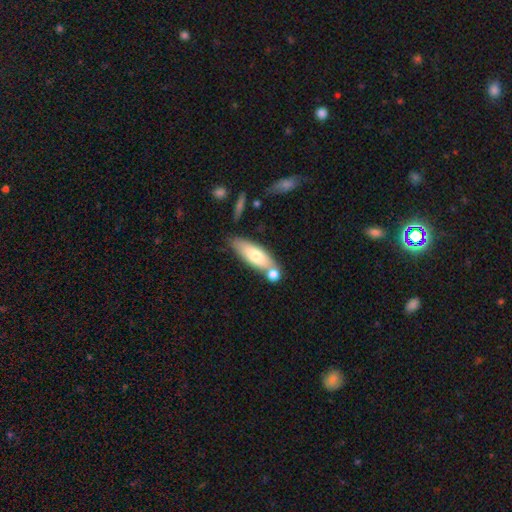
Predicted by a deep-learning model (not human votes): This is likely a smooth galaxy (70%). How rounded: possibly in between (56%). Merging: likely none (61%).